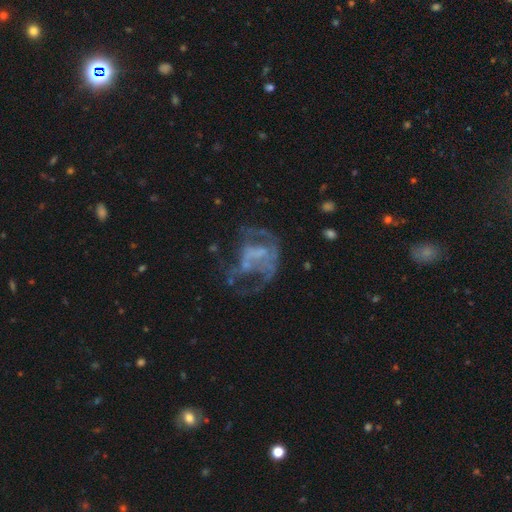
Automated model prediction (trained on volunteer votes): featured or disk 67%, smooth 18%, star or artifact 15%. Down the decision tree: edge-on disk — no (98%); bar — no (68%); spiral arms — no (68%); bulge size — none (59%); merging — major disturbance (49%).